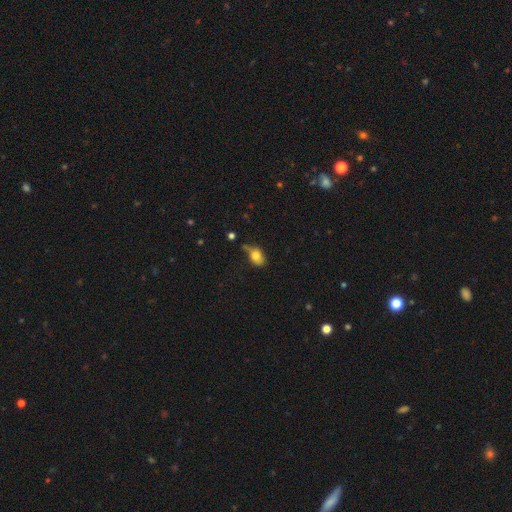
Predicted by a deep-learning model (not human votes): Morphology: type=smooth (78%); roundness=in between (79%); merging=none (42%).